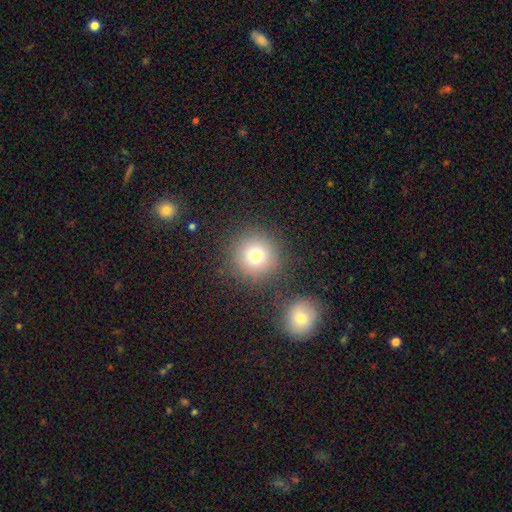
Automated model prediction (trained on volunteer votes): A smooth galaxy with no disk features (75%) that is round (95%).

Vote fractions:
- Smooth or featured? smooth: 75% / star or artifact: 15% / featured or disk: 10%
- How rounded? round: 95% / in between: 4% / cigar-shaped: 1%
- Merging? none: 84% / minor disturbance: 7% / merger: 5% / major disturbance: 3%